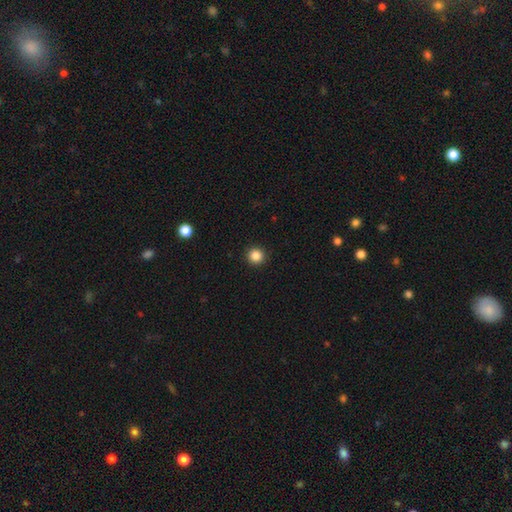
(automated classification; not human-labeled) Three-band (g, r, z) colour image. It shows a smooth galaxy with no disk features (86%) that is round (95%). Merging: none (93%).